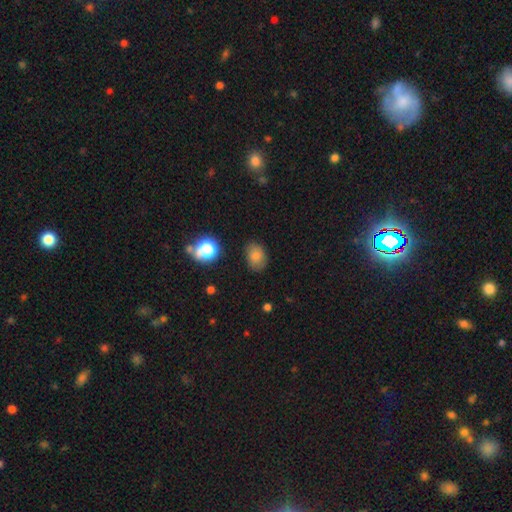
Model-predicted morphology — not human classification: The model was most divided on "how rounded": in between: 71%, round: 27%, cigar-shaped: 1%. More confident: merging — none (79%); smooth or featured — smooth (79%).